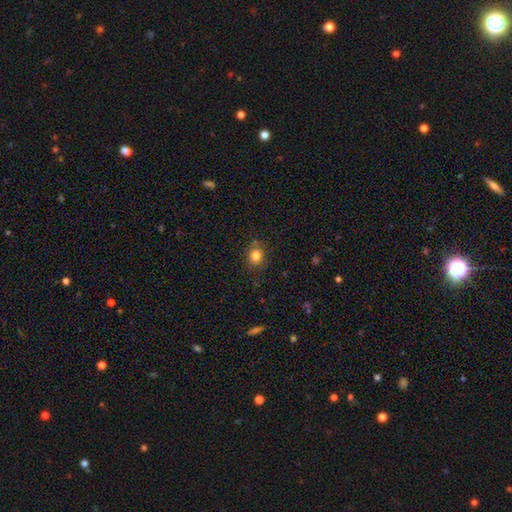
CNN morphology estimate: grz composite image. It shows a smooth galaxy with no disk features (83%) that is round (66%). Merging: none (81%).